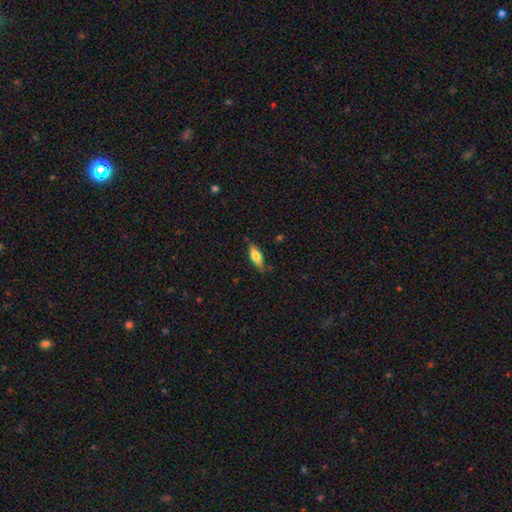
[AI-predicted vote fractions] Smooth or featured?
  - smooth: 63% *
  - featured or disk: 31%
  - star or artifact: 6%
How rounded?
  - in between: 63% *
  - cigar-shaped: 34%
  - round: 3%
Merging?
  - none: 72% *
  - minor disturbance: 21%
  - major disturbance: 4%
  - merger: 2%